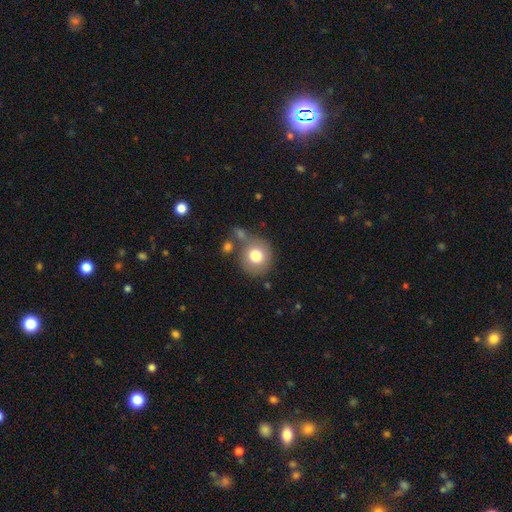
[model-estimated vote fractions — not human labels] The model was most divided on "merging": none: 66%, minor disturbance: 14%, merger: 13%, major disturbance: 6%. More confident: how rounded — round (89%); smooth or featured — smooth (77%).